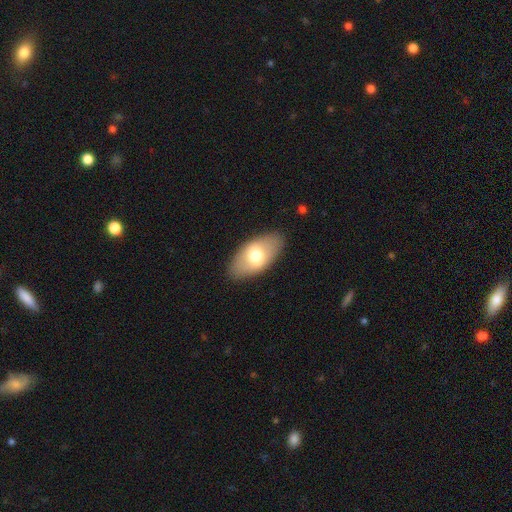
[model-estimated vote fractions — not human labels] Smooth or featured? smooth (67%)
How rounded? in between (93%)
Merging? none (86%)